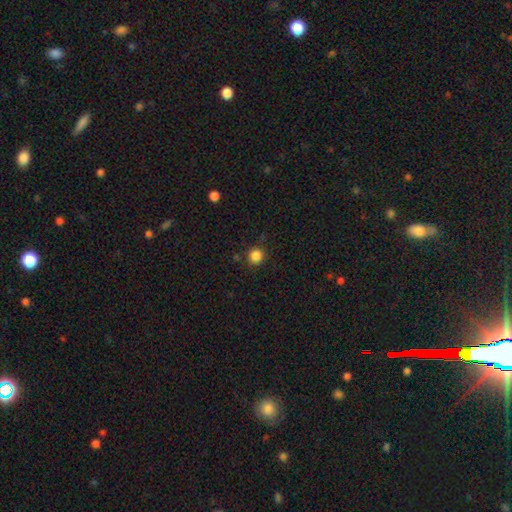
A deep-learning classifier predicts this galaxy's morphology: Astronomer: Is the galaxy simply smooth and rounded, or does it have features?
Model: smooth — 85%.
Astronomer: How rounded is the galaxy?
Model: round — 89%.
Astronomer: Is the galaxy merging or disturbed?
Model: none — 87%.